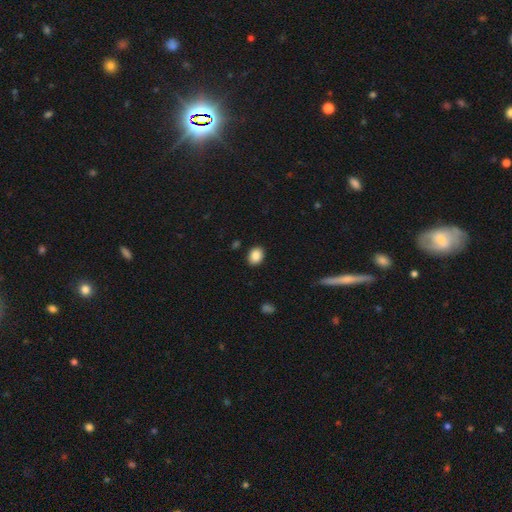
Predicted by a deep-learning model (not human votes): A smooth galaxy with no disk features (88%) that is in between round and cigar-shaped (58%). Merging: none (89%).